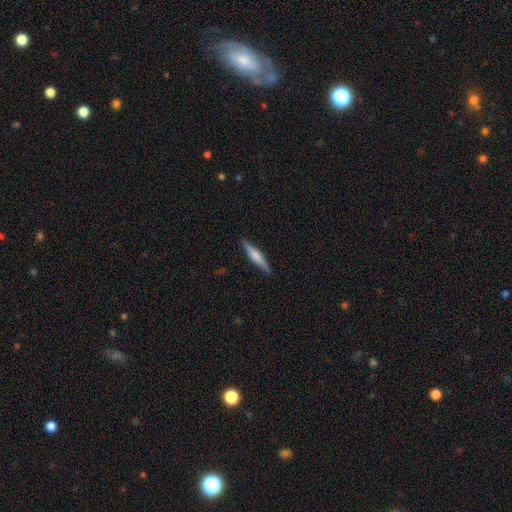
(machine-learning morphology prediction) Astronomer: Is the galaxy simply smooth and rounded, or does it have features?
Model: smooth — 48% (runner-up: featured or disk, 46%).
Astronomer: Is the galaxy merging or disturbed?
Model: none — 89%.